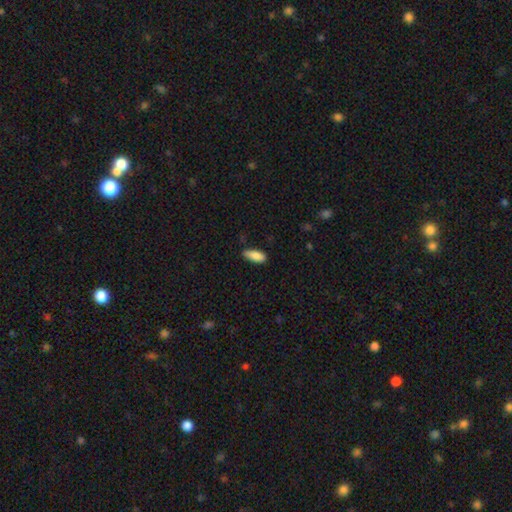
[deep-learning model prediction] This is clearly a smooth galaxy (87%). How rounded: likely in between (77%). Merging: likely none (68%).